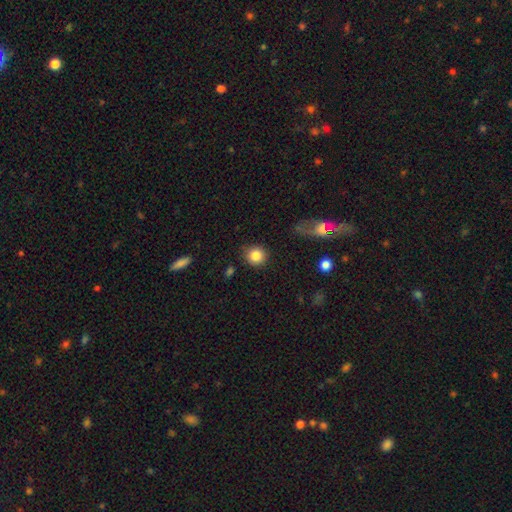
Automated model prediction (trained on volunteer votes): smooth 85%, star or artifact 9%, featured or disk 6%. Down the decision tree: how rounded — round (89%); merging — none (85%).